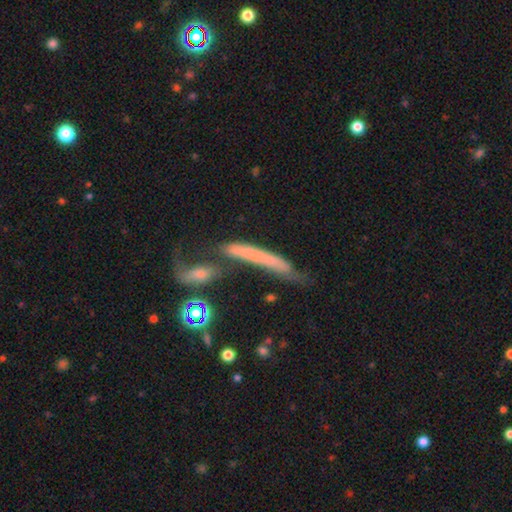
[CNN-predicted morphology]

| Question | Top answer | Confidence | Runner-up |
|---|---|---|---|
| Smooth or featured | smooth | 46% | featured or disk (41%) |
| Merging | none | 36% | merger (29%) |